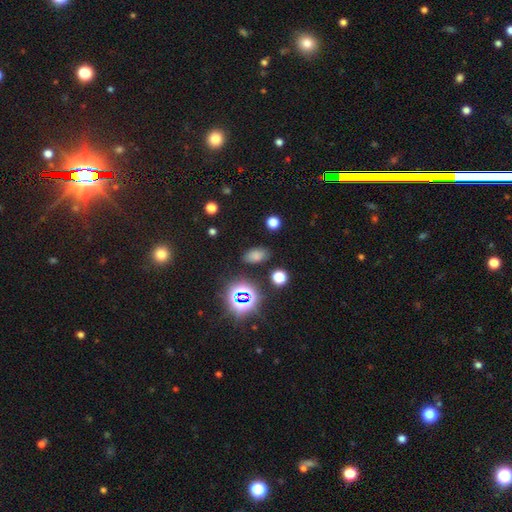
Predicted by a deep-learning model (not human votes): Morphology: type=smooth (69%); roundness=in between (88%); merging=none (81%).